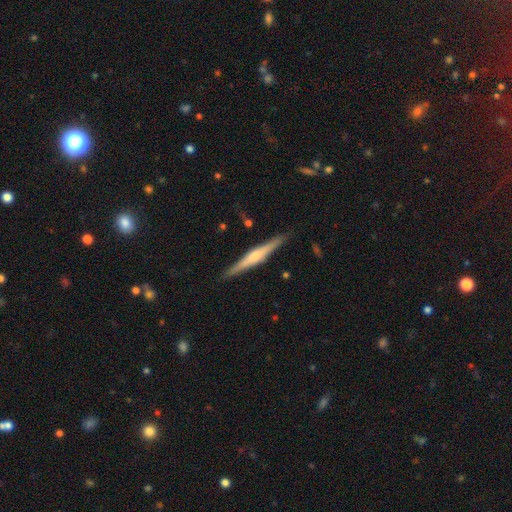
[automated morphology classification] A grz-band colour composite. It shows a featured or disk galaxy (74%) viewed edge-on (98%) with a rounded central bulge (75%). Merging: none (90%).